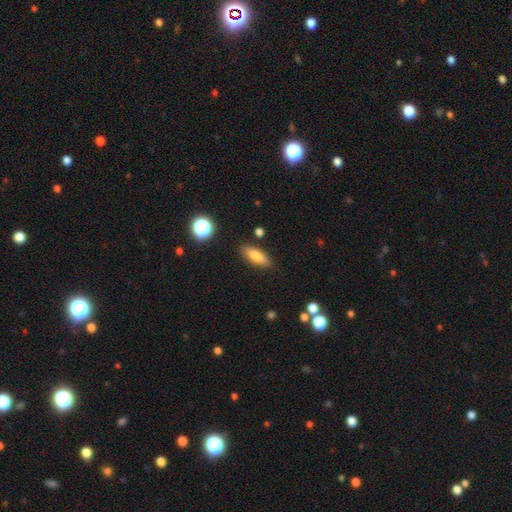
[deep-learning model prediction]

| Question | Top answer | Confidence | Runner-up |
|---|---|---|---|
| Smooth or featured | smooth | 77% | featured or disk (14%) |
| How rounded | in between | 67% | cigar-shaped (29%) |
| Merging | none | 86% | minor disturbance (10%) |